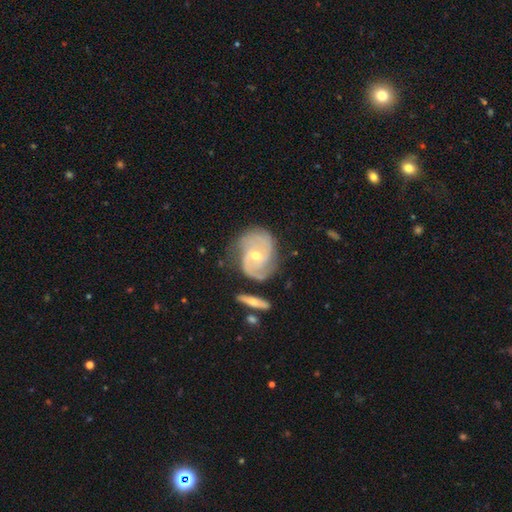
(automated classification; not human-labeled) featured or disk 86%, smooth 8%, star or artifact 6%. Down the decision tree: edge-on disk — no (97%); bar — no (54%); spiral arms — yes (96%); spiral arm count — 2 (63%); spiral winding — medium (43%); bulge size — small (54%); merging — none (64%).